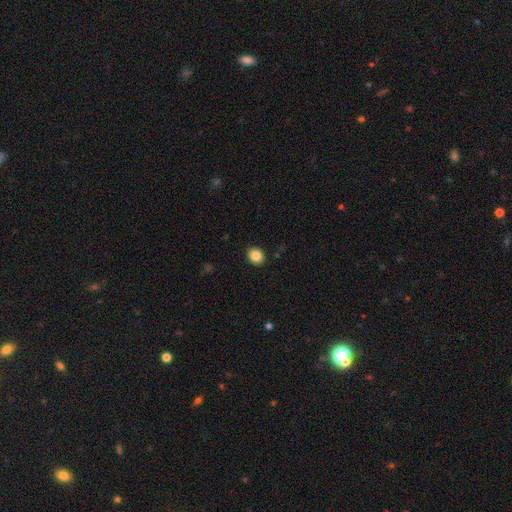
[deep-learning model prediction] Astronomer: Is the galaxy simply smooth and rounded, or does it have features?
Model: smooth — 85%.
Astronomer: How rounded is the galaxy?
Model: round — 74%.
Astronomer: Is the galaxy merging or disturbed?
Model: none — 91%.